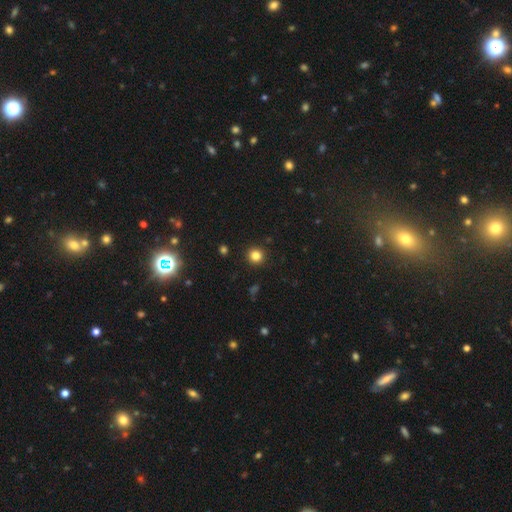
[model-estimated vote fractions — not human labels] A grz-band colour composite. It shows a smooth galaxy with no disk features (82%) that is round (94%). Merging: none (92%).